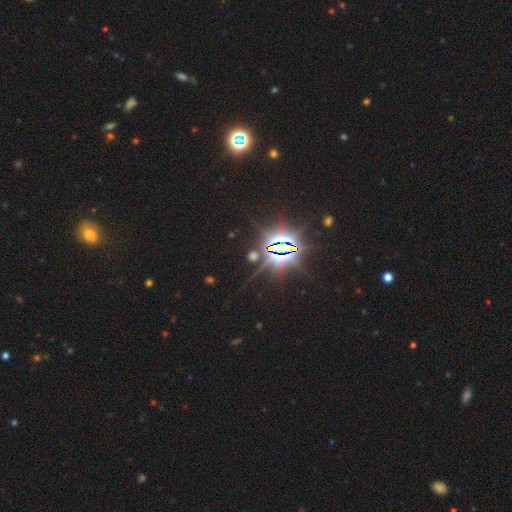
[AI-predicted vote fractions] Smooth or featured? star or artifact (84%)